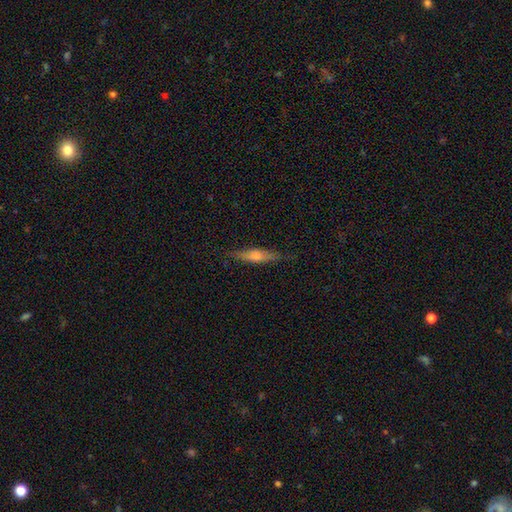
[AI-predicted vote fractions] This appears to be a smooth galaxy with no disk features (56%) that is cigar-shaped (73%). Merging: none (80%).